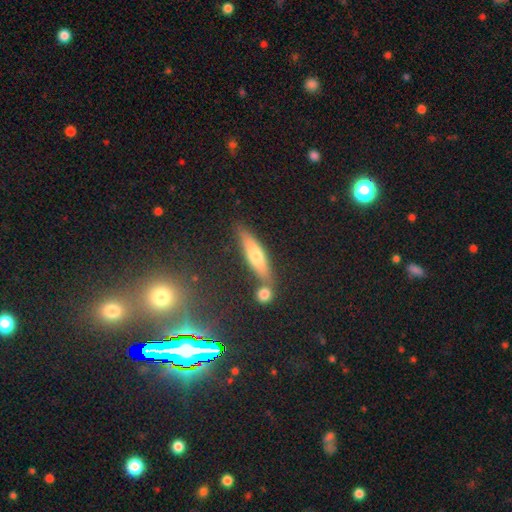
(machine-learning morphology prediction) smooth-or-featured: smooth: 52% | featured or disk: 34% | star or artifact: 14%
  how-rounded: cigar-shaped: 72% | in between: 24% | round: 4%
  merging: none: 76% | minor disturbance: 11% | merger: 10% | major disturbance: 3%